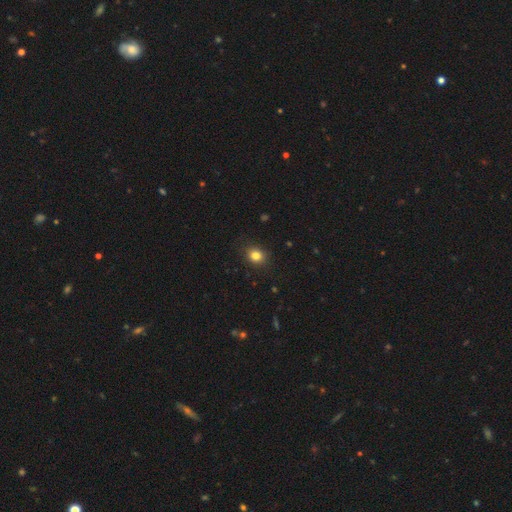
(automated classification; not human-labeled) smooth-or-featured: smooth: 82% | star or artifact: 12% | featured or disk: 5%
  how-rounded: round: 66% | in between: 33% | cigar-shaped: 1%
  merging: none: 88% | minor disturbance: 9% | major disturbance: 2% | merger: 1%